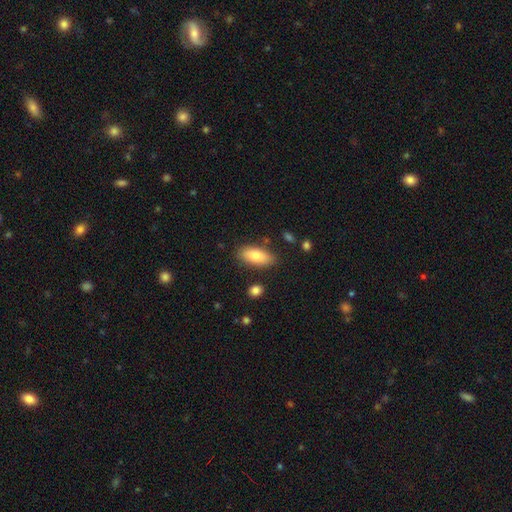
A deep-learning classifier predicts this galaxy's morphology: A smooth galaxy with no disk features (82%) that is in between round and cigar-shaped (86%).

Vote fractions:
- Smooth or featured? smooth: 82% / featured or disk: 12% / star or artifact: 7%
- How rounded? in between: 86% / cigar-shaped: 11% / round: 2%
- Merging? none: 82% / minor disturbance: 12% / major disturbance: 3% / merger: 3%